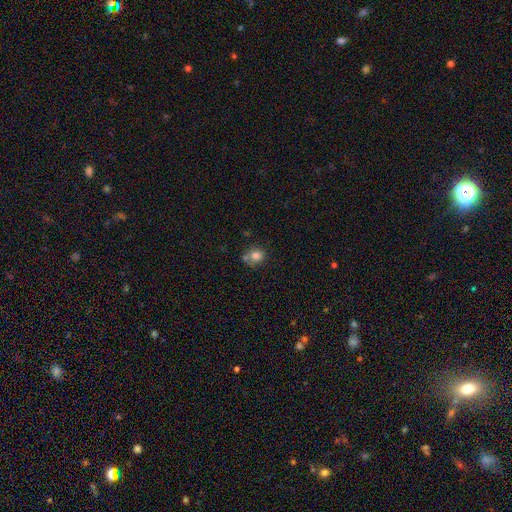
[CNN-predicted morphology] Smooth or featured: smooth — 79% (star or artifact — 11%)
How rounded: round — 80% (in between — 19%)
Merging: none — 55% (merger — 24%)